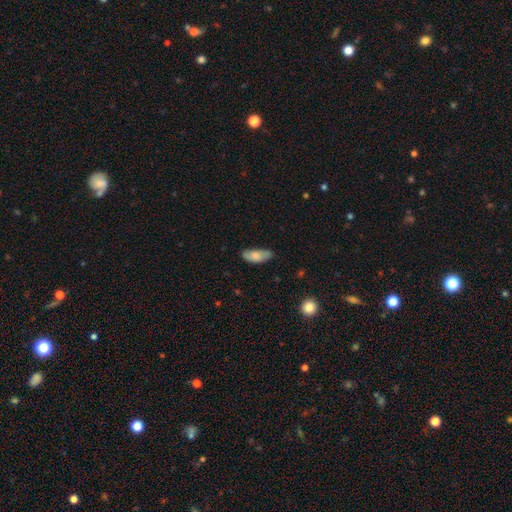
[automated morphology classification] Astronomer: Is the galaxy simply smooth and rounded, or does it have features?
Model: smooth — 76%.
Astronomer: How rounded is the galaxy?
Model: in between — 82%.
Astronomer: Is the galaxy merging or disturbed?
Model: none — 63%.